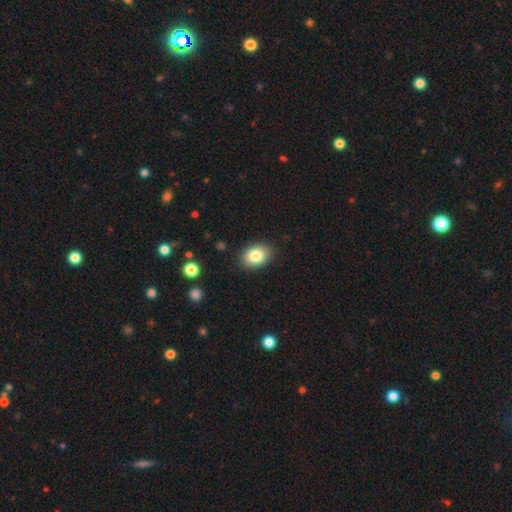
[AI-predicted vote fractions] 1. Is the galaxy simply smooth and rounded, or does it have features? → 83% smooth, 8% star or artifact, 8% featured or disk.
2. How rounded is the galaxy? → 76% in between, 23% round, 1% cigar-shaped.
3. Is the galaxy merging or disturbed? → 87% none, 9% minor disturbance, 2% major disturbance, 1% merger.